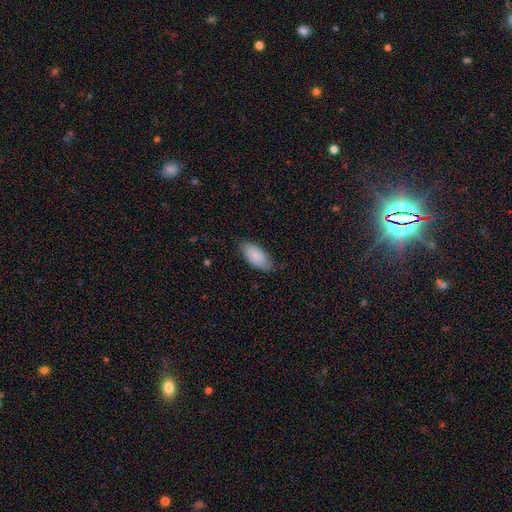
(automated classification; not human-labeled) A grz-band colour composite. It shows a smooth galaxy with no disk features (69%) that is in between round and cigar-shaped (94%). Merging: none (69%).